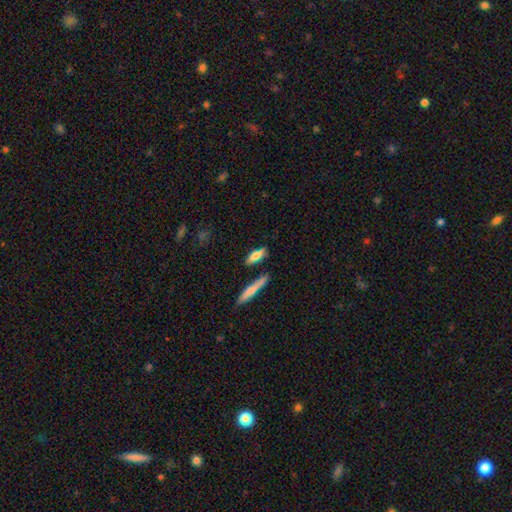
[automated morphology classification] Smooth or featured? smooth (62%)
How rounded? cigar-shaped (54%)
Merging? none (74%)